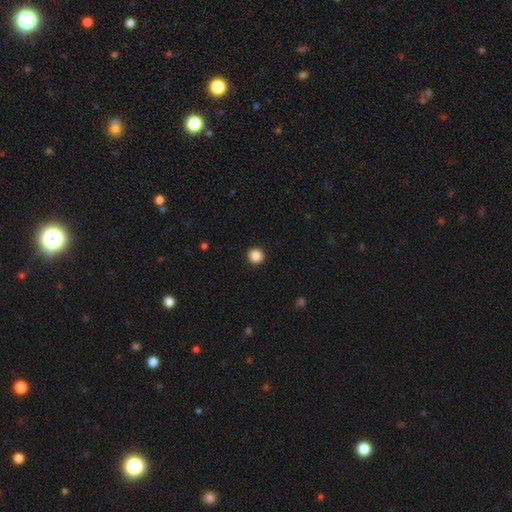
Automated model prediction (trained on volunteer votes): Morphology: type=smooth (87%); roundness=round (91%); merging=none (92%).